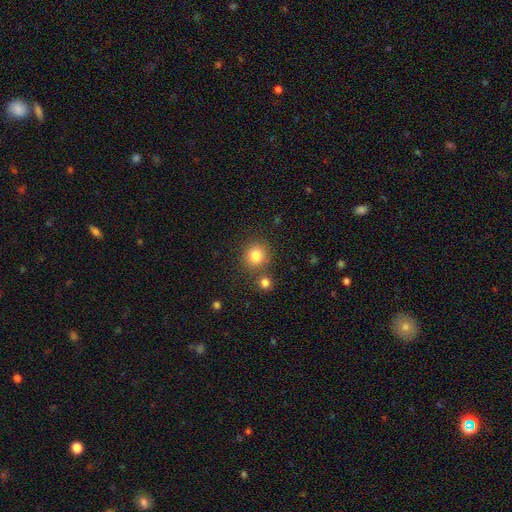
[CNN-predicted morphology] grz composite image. It shows a smooth galaxy with no disk features (83%) that is round (86%). Merging: none (75%).